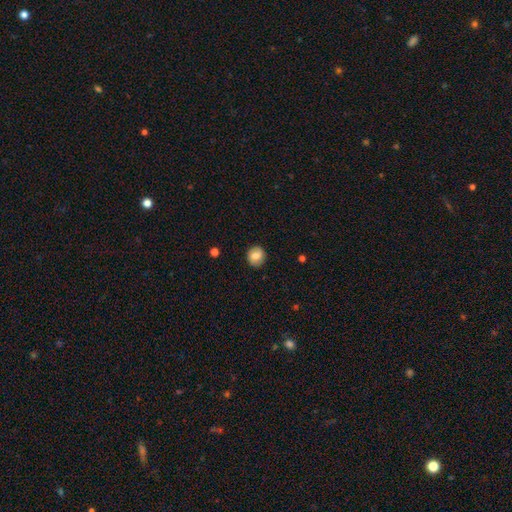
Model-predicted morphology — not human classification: Q: Smooth or featured?
A: smooth (71%); runner-up: featured or disk (20%)
Q: How rounded?
A: round (78%); runner-up: in between (21%)
Q: Merging?
A: none (86%); runner-up: minor disturbance (10%)